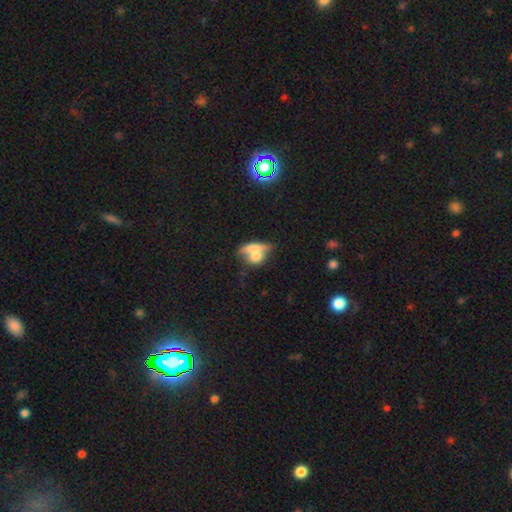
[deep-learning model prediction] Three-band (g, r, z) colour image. It shows a smooth galaxy with no disk features (64%) that is in between round and cigar-shaped (48%). Merging: merger (53%).